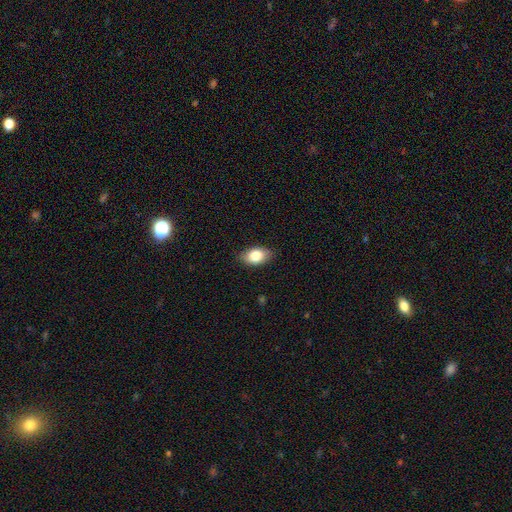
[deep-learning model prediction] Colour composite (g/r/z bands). It shows a smooth galaxy with no disk features (82%) that is in between round and cigar-shaped (89%). Merging: none (84%).